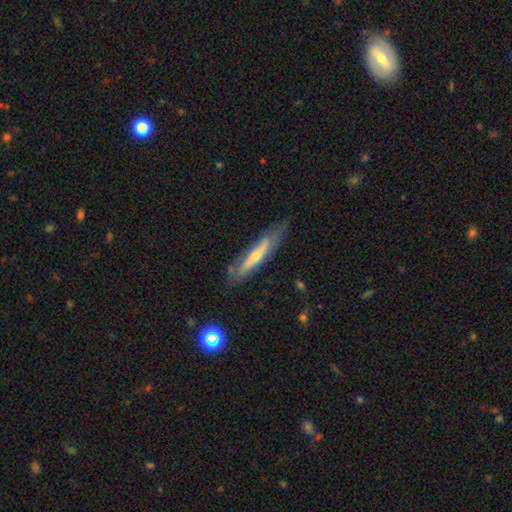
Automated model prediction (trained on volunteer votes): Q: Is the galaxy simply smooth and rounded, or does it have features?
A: featured or disk — 62%.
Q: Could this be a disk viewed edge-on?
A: yes — 74%.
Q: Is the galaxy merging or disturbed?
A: none — 72%.